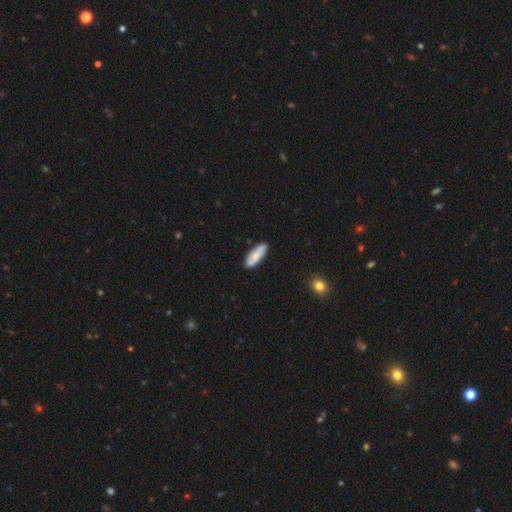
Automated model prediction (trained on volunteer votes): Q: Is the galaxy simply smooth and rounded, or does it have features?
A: smooth — 80%.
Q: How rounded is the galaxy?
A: in between — 58%.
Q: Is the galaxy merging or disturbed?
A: none — 85%.